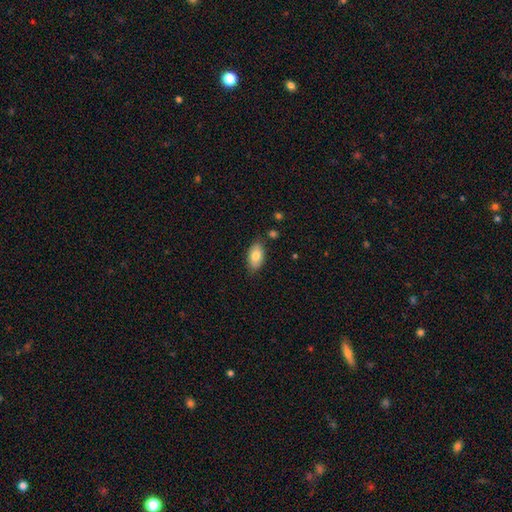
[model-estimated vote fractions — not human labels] This is likely a smooth galaxy (79%). How rounded: clearly in between (93%). Merging: clearly none (82%).